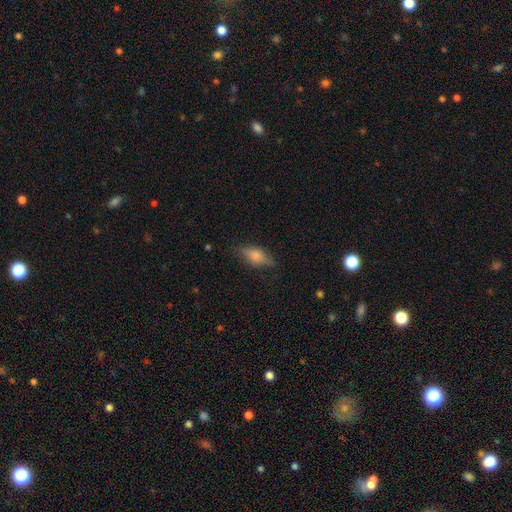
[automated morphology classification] Q: Smooth or featured?
A: smooth (58%); runner-up: featured or disk (33%)
Q: How rounded?
A: in between (75%); runner-up: cigar-shaped (19%)
Q: Merging?
A: none (73%); runner-up: minor disturbance (20%)